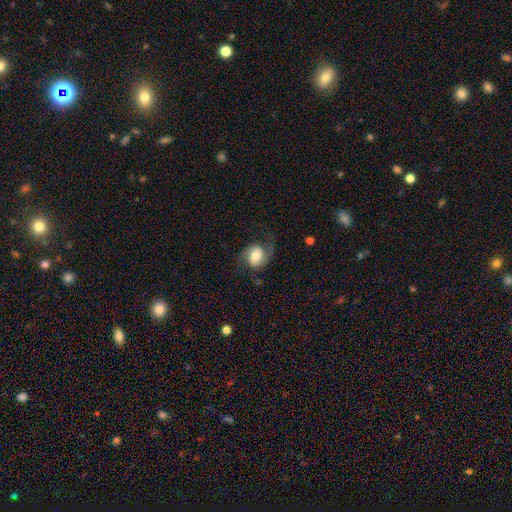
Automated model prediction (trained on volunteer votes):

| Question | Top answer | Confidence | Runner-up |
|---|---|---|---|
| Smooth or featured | featured or disk | 54% | smooth (38%) |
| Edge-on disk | no | 97% | yes (3%) |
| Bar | no | 60% | weak (31%) |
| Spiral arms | yes | 90% | no (10%) |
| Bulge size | moderate | 53% | large (23%) |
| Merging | none | 62% | minor disturbance (21%) |